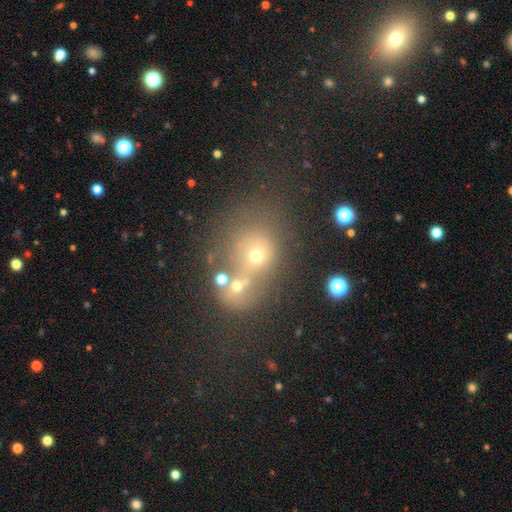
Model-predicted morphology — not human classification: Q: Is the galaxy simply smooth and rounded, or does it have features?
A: smooth — 55%.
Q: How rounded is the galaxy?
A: round — 66%.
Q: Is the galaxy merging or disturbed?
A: merger — 44%.